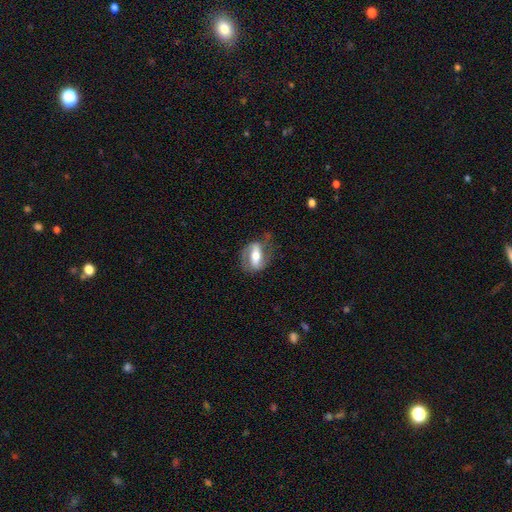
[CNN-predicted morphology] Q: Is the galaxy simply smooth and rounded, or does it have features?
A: featured or disk — 71%.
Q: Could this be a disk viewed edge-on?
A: no — 90%.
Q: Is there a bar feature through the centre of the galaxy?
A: strong — 58%.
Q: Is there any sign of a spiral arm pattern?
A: yes — 80%.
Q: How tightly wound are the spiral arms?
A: medium — 45%.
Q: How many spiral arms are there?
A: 2 — 81%.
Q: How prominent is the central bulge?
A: moderate — 64%.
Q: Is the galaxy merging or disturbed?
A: none — 61%.